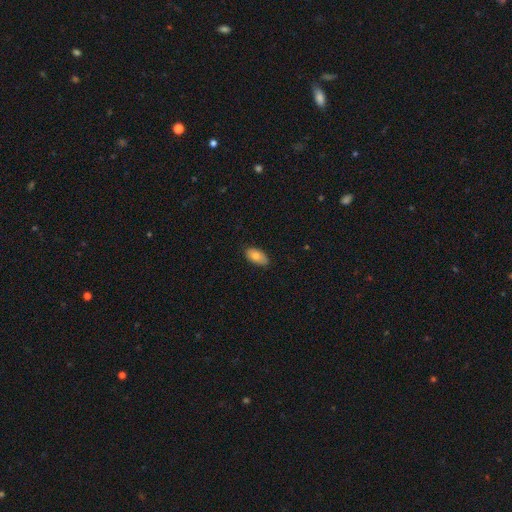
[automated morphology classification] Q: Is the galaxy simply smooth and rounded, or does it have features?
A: smooth — 78%.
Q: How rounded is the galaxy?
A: in between — 93%.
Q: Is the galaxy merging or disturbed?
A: none — 82%.